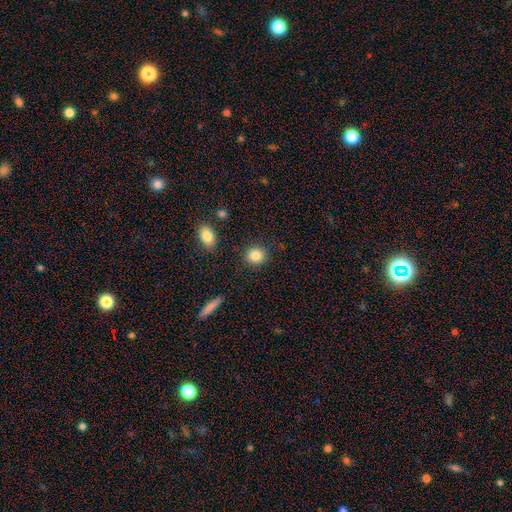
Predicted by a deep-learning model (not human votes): smooth 85%, star or artifact 9%, featured or disk 6%. Down the decision tree: how rounded — round (84%); merging — none (88%).